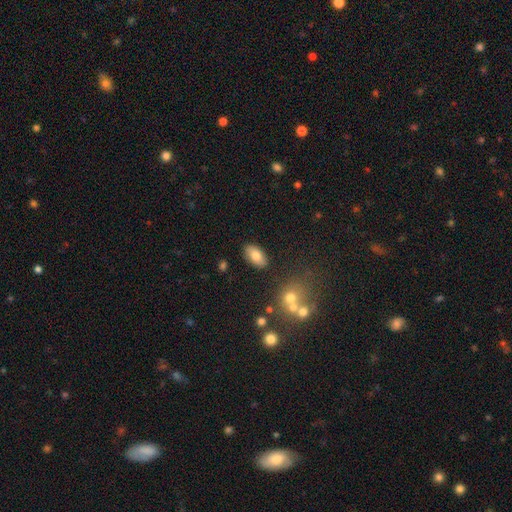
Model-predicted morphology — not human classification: smooth-or-featured: smooth: 75% | featured or disk: 17% | star or artifact: 8%
  how-rounded: in between: 93% | round: 4% | cigar-shaped: 3%
  merging: none: 85% | minor disturbance: 10% | merger: 2% | major disturbance: 2%